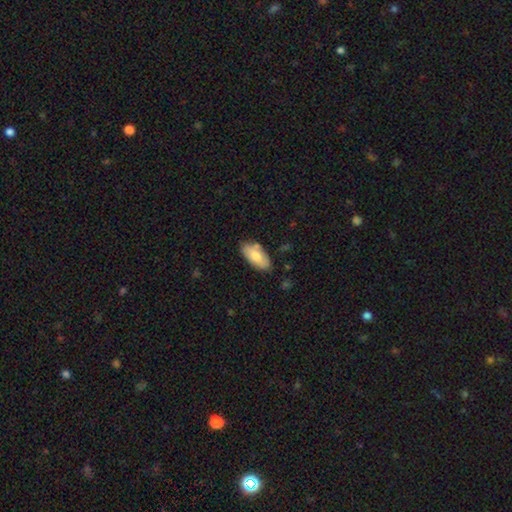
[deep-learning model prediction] Q: Smooth or featured?
A: smooth (77%); runner-up: featured or disk (17%)
Q: How rounded?
A: in between (92%); runner-up: cigar-shaped (6%)
Q: Merging?
A: none (77%); runner-up: minor disturbance (16%)